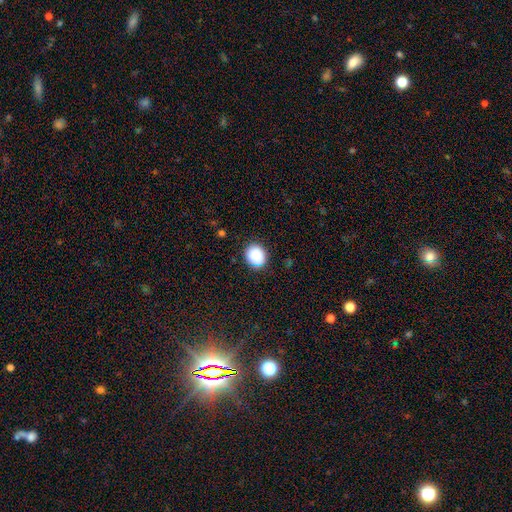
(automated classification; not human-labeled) smooth_or_featured: smooth (p=0.87) [alt: star or artifact p=0.08]
how_rounded: round (p=0.73) [alt: in between p=0.26]
merging: none (p=0.86) [alt: minor disturbance p=0.10]